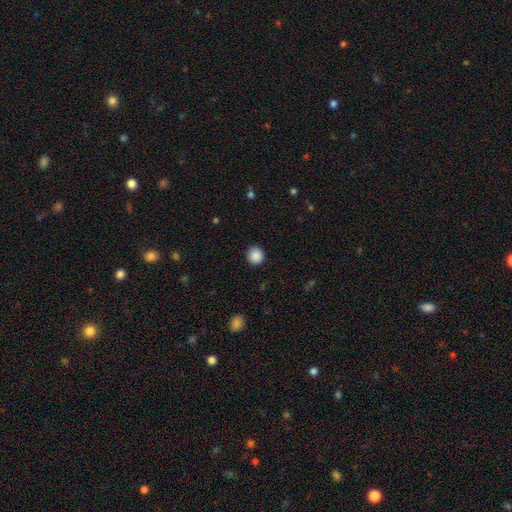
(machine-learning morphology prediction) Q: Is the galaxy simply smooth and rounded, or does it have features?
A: smooth — 88%.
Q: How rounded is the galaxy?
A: round — 93%.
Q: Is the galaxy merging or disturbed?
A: none — 91%.